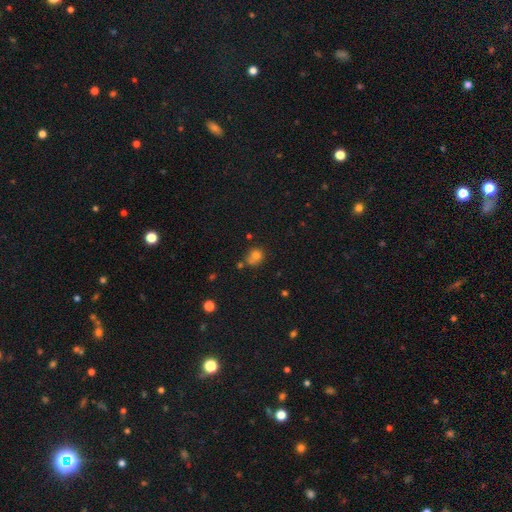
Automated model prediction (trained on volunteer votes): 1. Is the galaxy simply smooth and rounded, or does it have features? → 74% smooth, 14% star or artifact, 11% featured or disk.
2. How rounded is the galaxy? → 79% round, 20% in between, 1% cigar-shaped.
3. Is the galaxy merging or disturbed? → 49% none, 31% merger, 15% minor disturbance, 6% major disturbance.